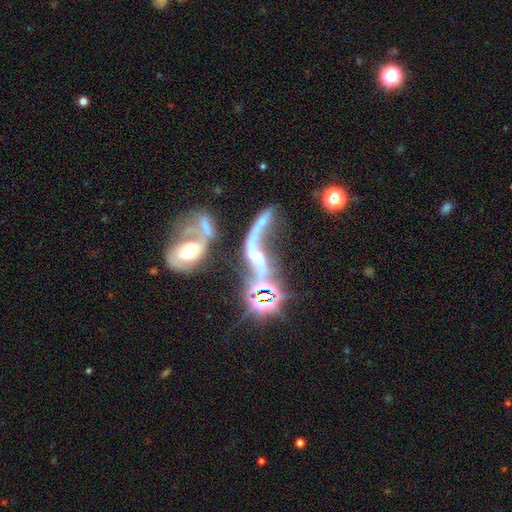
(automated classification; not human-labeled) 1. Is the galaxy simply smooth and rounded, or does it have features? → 69% featured or disk, 19% star or artifact, 12% smooth.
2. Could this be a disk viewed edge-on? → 88% no, 12% yes.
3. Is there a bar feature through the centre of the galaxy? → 55% no, 28% weak, 18% strong.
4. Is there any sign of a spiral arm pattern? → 72% yes, 28% no.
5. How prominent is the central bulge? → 43% small, 30% moderate, 20% none, 4% large, 2% dominant.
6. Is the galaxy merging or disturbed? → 51% merger, 20% major disturbance, 19% none, 9% minor disturbance.